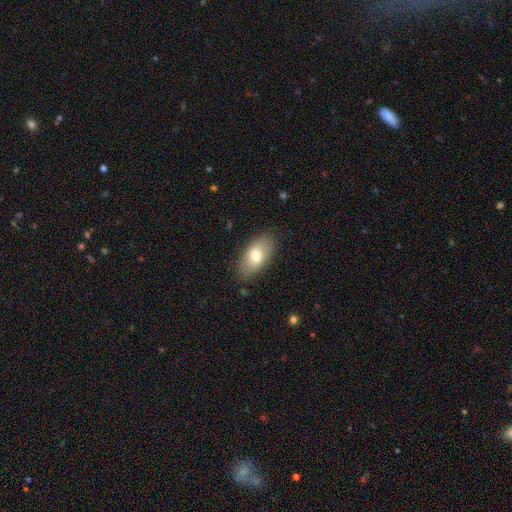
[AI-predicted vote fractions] smooth 70%, featured or disk 23%, star or artifact 6%. Down the decision tree: how rounded — in between (93%); merging — none (83%).